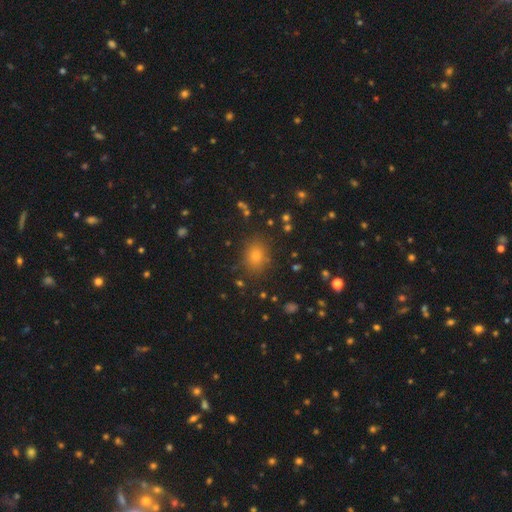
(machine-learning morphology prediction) A smooth galaxy with no disk features (72%) that is round (52%). Merging: none (86%).